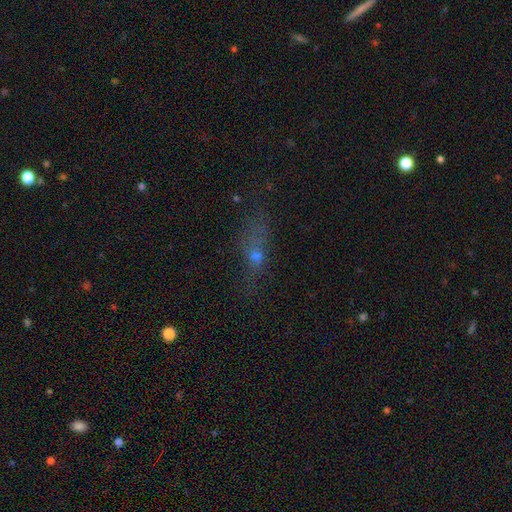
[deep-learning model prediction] This appears to be a smooth galaxy with no disk features (42%). Merging: none (56%).